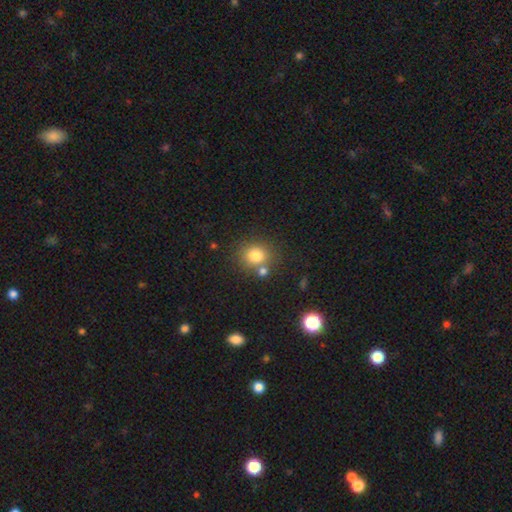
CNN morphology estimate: Smooth or featured?
  - smooth: 79% *
  - star or artifact: 13%
  - featured or disk: 9%
How rounded?
  - round: 76% *
  - in between: 23%
  - cigar-shaped: 1%
Merging?
  - none: 67% *
  - merger: 19%
  - minor disturbance: 11%
  - major disturbance: 4%